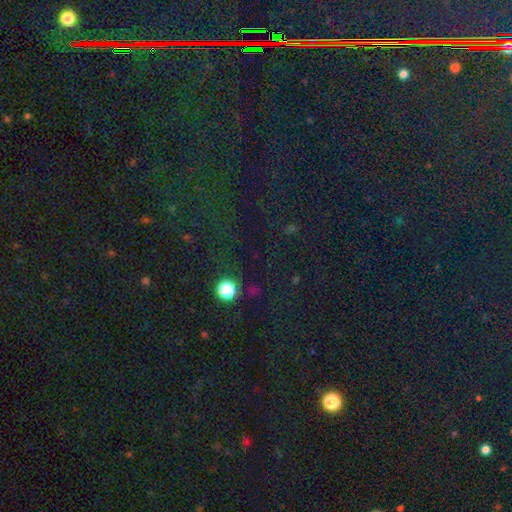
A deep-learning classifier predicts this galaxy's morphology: Smooth or featured?
  - star or artifact: 64% *
  - smooth: 29%
  - featured or disk: 7%